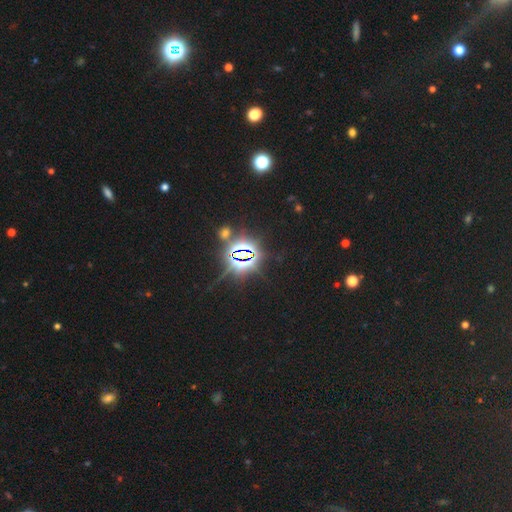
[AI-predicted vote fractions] Smooth or featured: star or artifact — 85% (smooth — 9%)